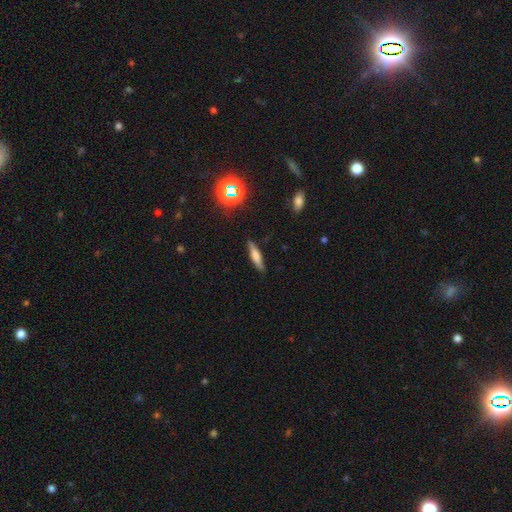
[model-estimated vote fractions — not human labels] Smooth or featured? Predicted: smooth (p=0.56). How rounded? Predicted: cigar-shaped (p=0.80). Merging? Predicted: none (p=0.85).